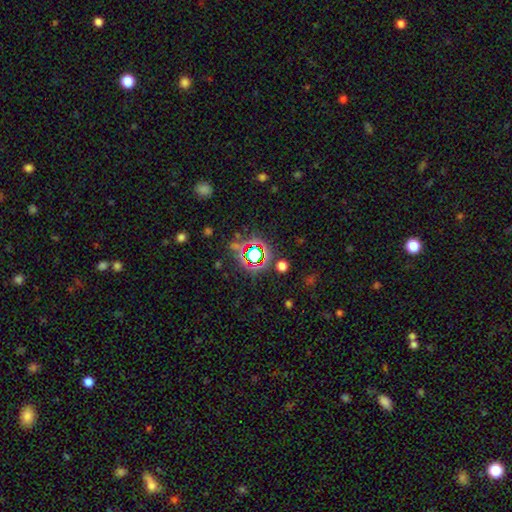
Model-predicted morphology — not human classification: This is likely a star or artifact rather than a galaxy (76%).